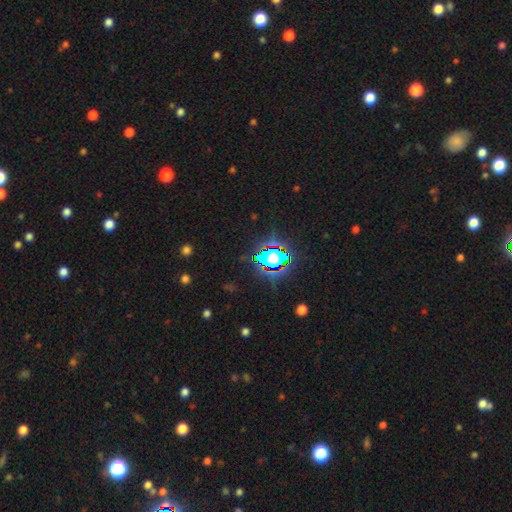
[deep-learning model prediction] Smooth or featured? Predicted: star or artifact (p=0.81).